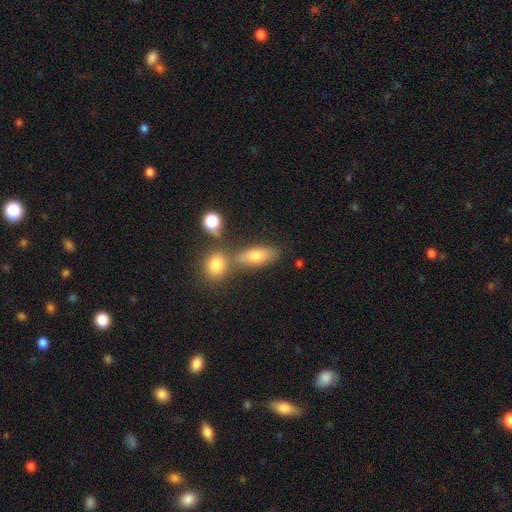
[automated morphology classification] Q: Smooth or featured?
A: smooth (71%); runner-up: featured or disk (18%)
Q: How rounded?
A: in between (69%); runner-up: cigar-shaped (23%)
Q: Merging?
A: none (58%); runner-up: merger (26%)